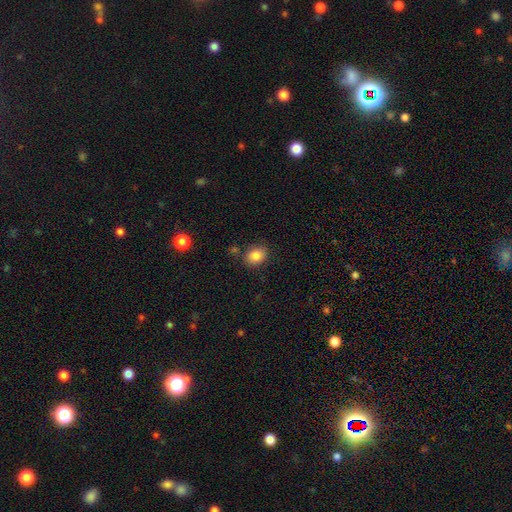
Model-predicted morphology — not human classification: Q: Smooth or featured?
A: smooth (86%); runner-up: star or artifact (9%)
Q: How rounded?
A: in between (53%); runner-up: round (46%)
Q: Merging?
A: none (81%); runner-up: minor disturbance (12%)